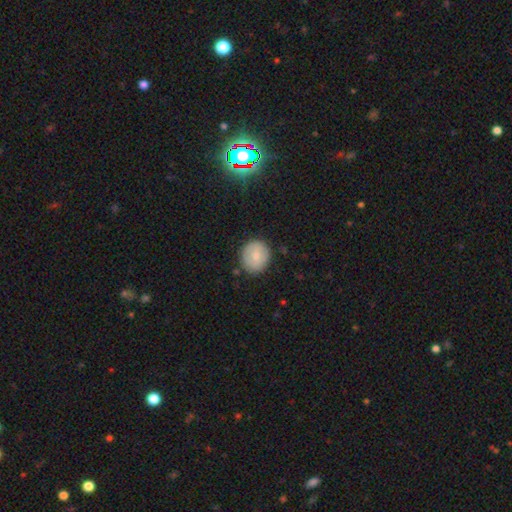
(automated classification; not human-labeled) smooth_or_featured: smooth (p=0.78) [alt: featured or disk p=0.15]
how_rounded: round (p=0.82) [alt: in between p=0.17]
merging: none (p=0.85) [alt: minor disturbance p=0.11]